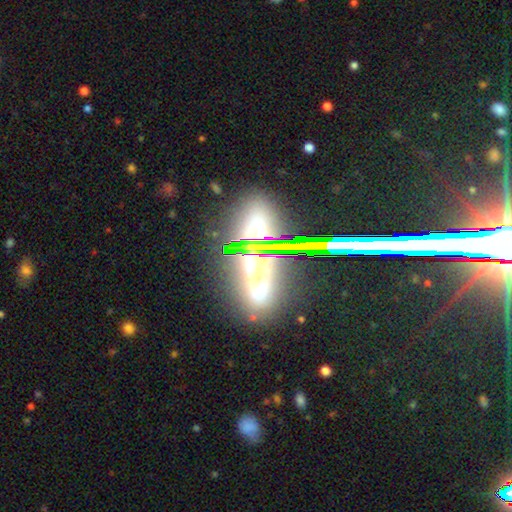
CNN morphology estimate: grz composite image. It shows a star or artifact, not a galaxy (54%).